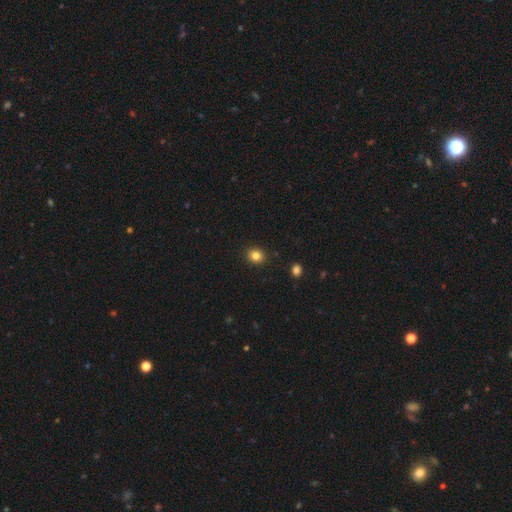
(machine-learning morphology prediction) Smooth or featured? Predicted: smooth (p=0.83). How rounded? Predicted: round (p=0.72). Merging? Predicted: none (p=0.91).